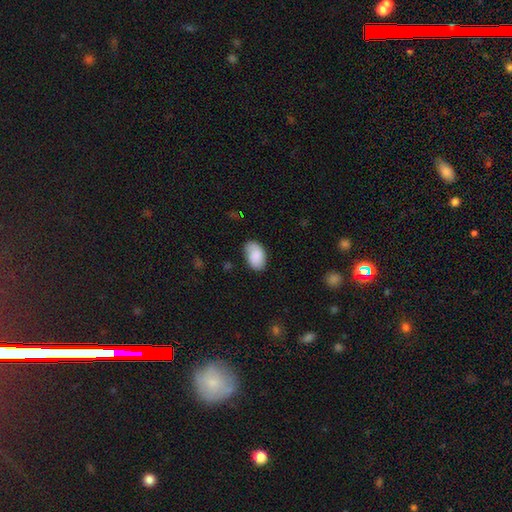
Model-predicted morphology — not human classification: This appears to be a smooth galaxy with no disk features (84%) that is in between round and cigar-shaped (92%). Merging: none (75%).